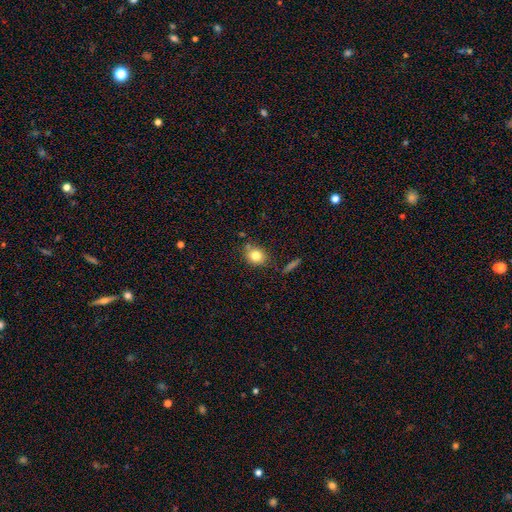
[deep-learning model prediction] smooth_or_featured: smooth (p=0.80) [alt: star or artifact p=0.11]
how_rounded: round (p=0.63) [alt: in between p=0.35]
merging: none (p=0.73) [alt: minor disturbance p=0.16]